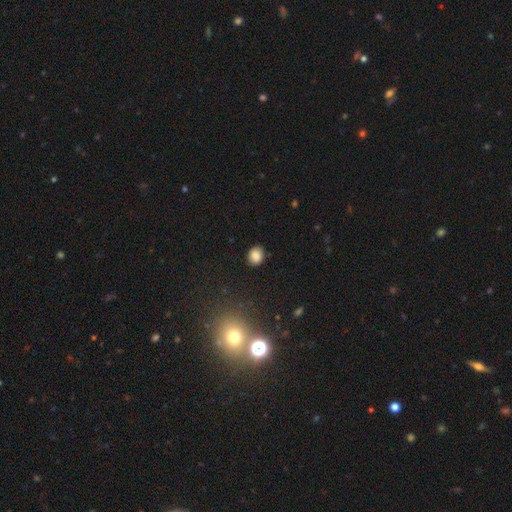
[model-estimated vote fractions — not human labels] Morphology: type=smooth (85%); roundness=round (66%); merging=none (88%).